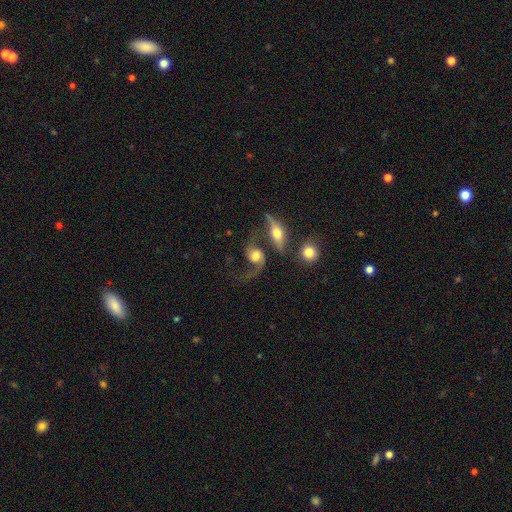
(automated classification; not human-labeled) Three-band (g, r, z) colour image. It shows a featured or disk galaxy (78%) with no bar (62%), 2 (79%) loose (74%) spiral arms (94%) and a moderate central bulge (53%). Merging: none (35%).